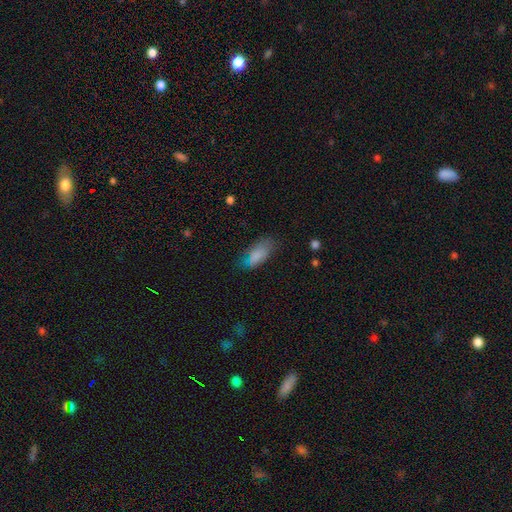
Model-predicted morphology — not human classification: Smooth or featured: smooth — 82% (featured or disk — 10%)
How rounded: in between — 85% (cigar-shaped — 12%)
Merging: none — 63% (minor disturbance — 26%)